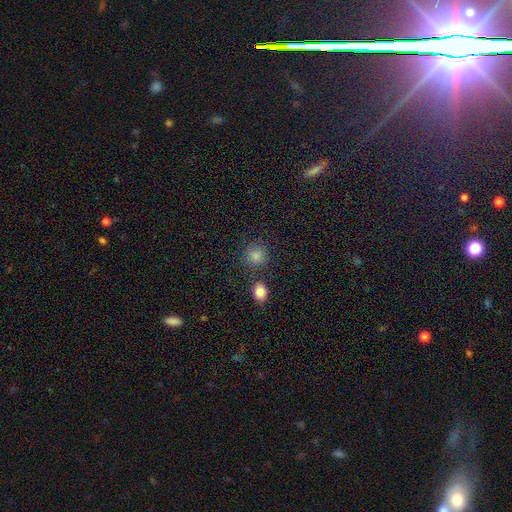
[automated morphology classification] Overall: smooth (81%). How rounded: round (87%). Merging: none (77%).